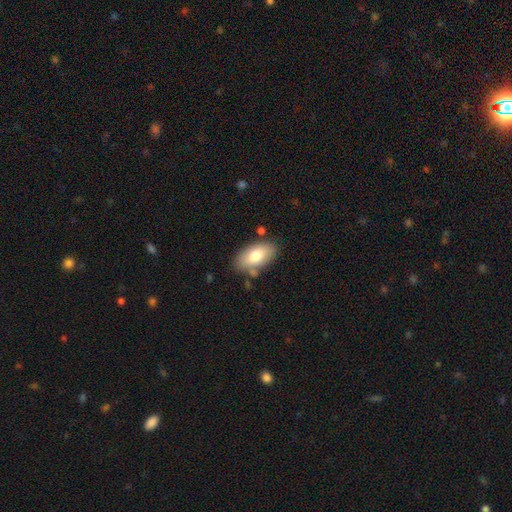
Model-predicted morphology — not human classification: This appears to be a smooth galaxy with no disk features (76%) that is in between round and cigar-shaped (94%). Merging: none (76%).